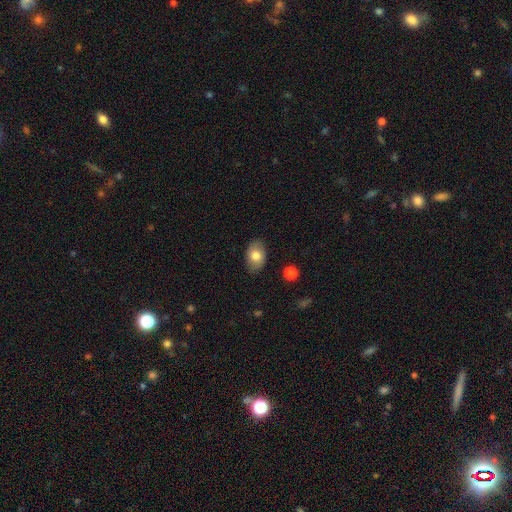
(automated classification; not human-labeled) A smooth galaxy with no disk features (78%) that is in between round and cigar-shaped (87%). Merging: none (84%).